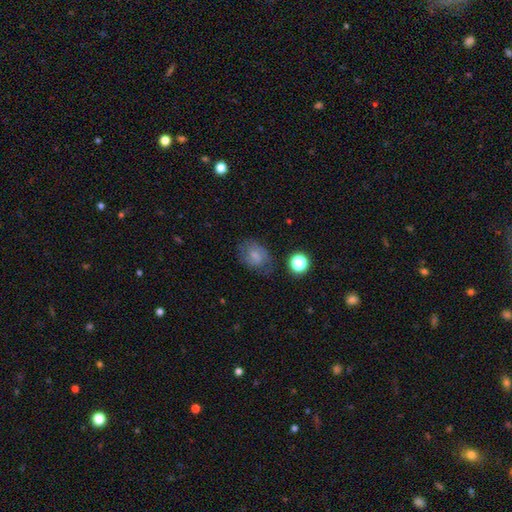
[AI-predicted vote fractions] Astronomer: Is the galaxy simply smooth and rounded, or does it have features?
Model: smooth — 61%.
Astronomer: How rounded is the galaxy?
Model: in between — 66%.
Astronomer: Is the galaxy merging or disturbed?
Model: none — 64%.